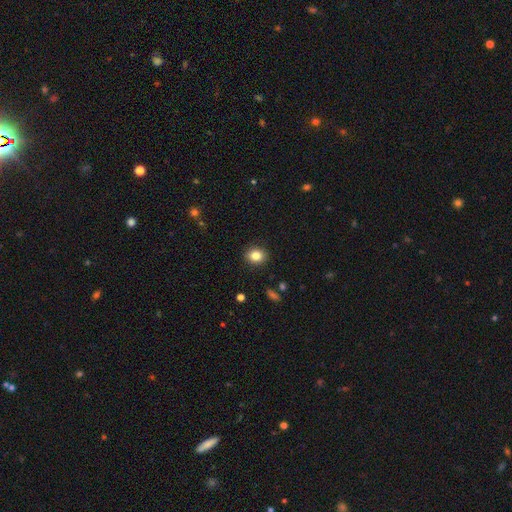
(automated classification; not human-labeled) Smooth or featured? smooth (83%)
How rounded? round (66%)
Merging? none (90%)